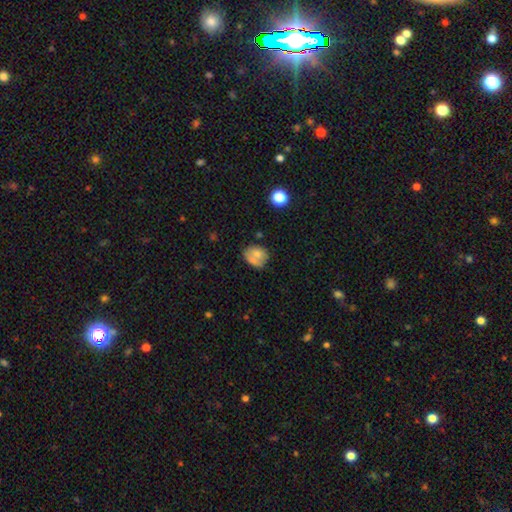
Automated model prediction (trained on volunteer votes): This is likely a smooth galaxy (67%). How rounded: likely round (61%). Merging: possibly none (46%).